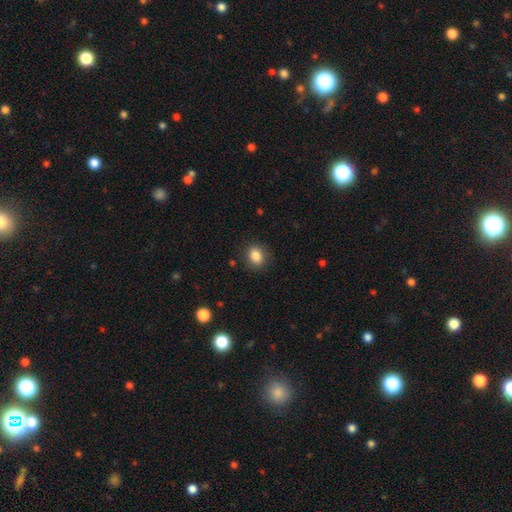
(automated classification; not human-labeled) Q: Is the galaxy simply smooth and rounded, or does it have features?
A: smooth — 86%.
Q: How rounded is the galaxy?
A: round — 50%.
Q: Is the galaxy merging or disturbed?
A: none — 85%.